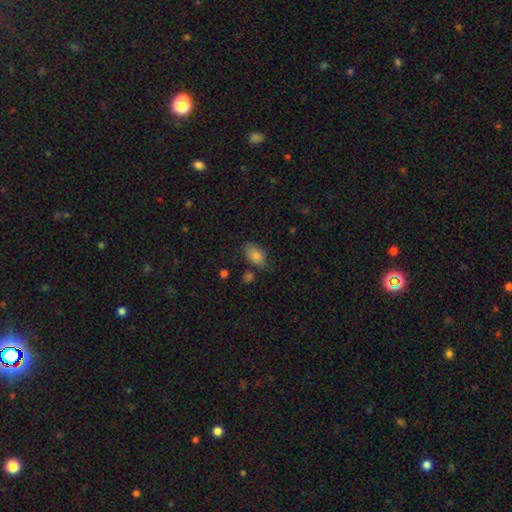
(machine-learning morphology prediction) A smooth galaxy with no disk features (80%) that is in between round and cigar-shaped (90%). Merging: none (66%).